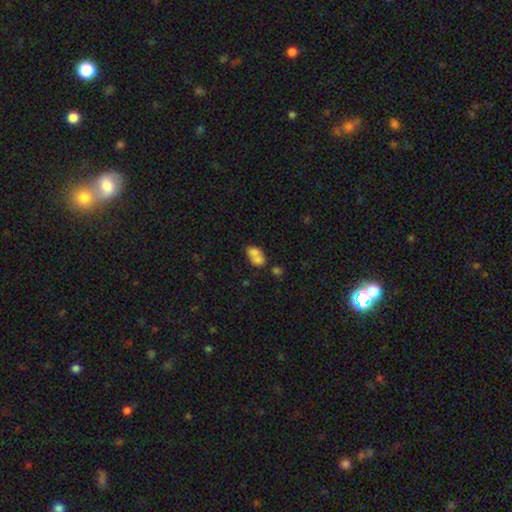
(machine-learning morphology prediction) smooth 70%, featured or disk 20%, star or artifact 10%. Down the decision tree: how rounded — in between (76%); merging — merger (53%).